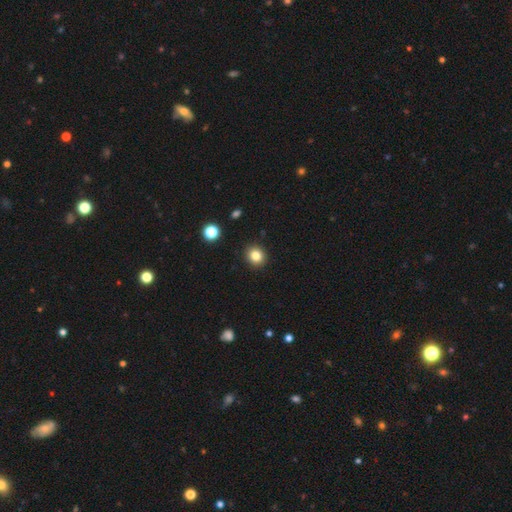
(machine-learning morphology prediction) Smooth or featured? smooth (83%)
How rounded? round (80%)
Merging? none (91%)